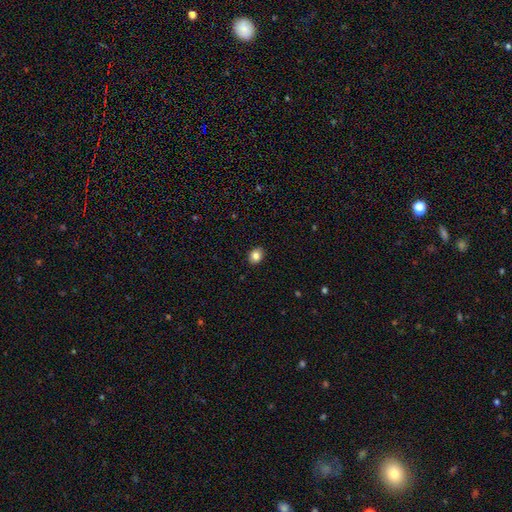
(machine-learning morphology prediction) smooth 84%, star or artifact 10%, featured or disk 7%. Down the decision tree: how rounded — in between (50%); merging — none (90%).